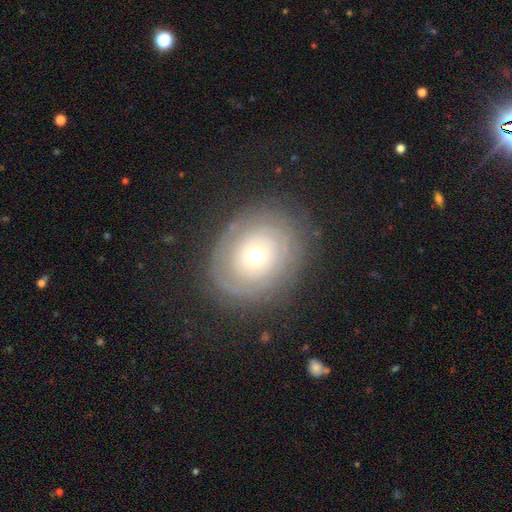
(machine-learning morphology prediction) The model was most divided on "spiral arms": yes: 53%, no: 47%. More confident: edge-on disk — no (96%); bar — no (90%); merging — none (79%); bulge size — moderate (68%); smooth or featured — featured or disk (60%).